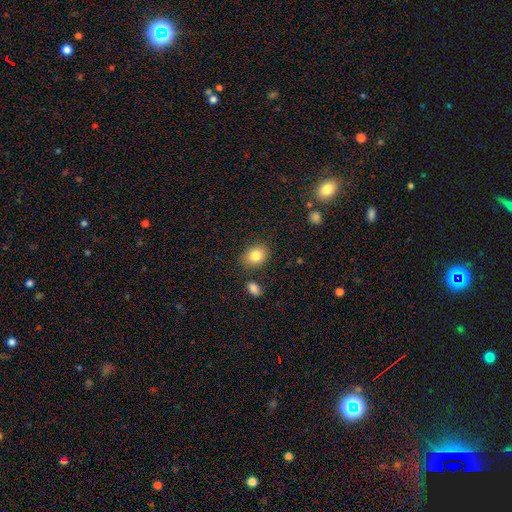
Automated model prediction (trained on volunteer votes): Smooth or featured: smooth — 84% (star or artifact — 8%)
How rounded: in between — 65% (round — 34%)
Merging: none — 81% (minor disturbance — 12%)